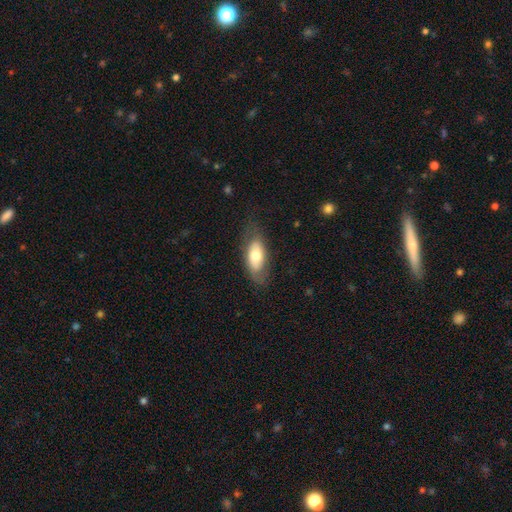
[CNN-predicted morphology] Smooth or featured? smooth (62%)
How rounded? in between (86%)
Merging? none (70%)